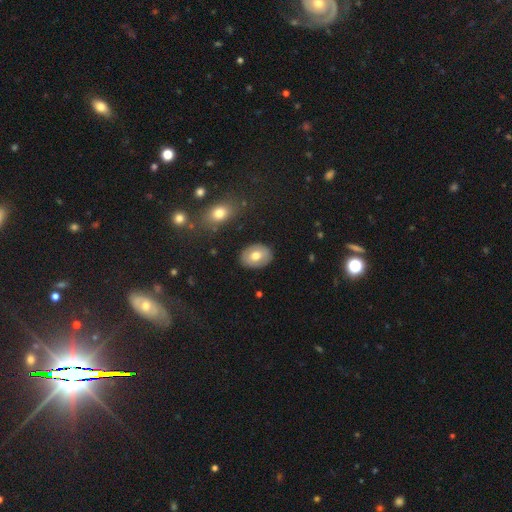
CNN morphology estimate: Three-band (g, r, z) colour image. It shows a smooth galaxy with no disk features (67%) that is in between round and cigar-shaped (70%). Merging: none (87%).